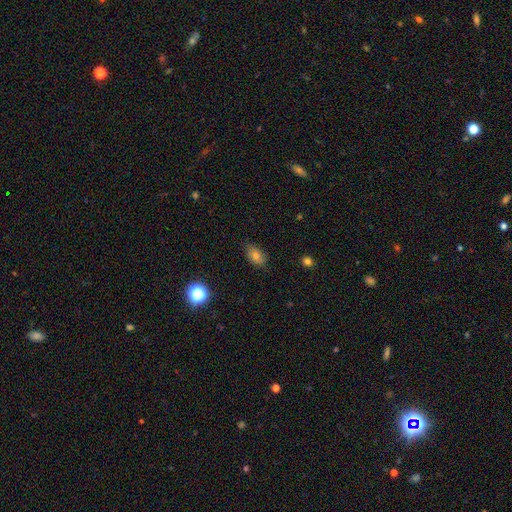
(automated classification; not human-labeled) Morphology: type=smooth (73%); roundness=in between (85%); merging=none (76%).